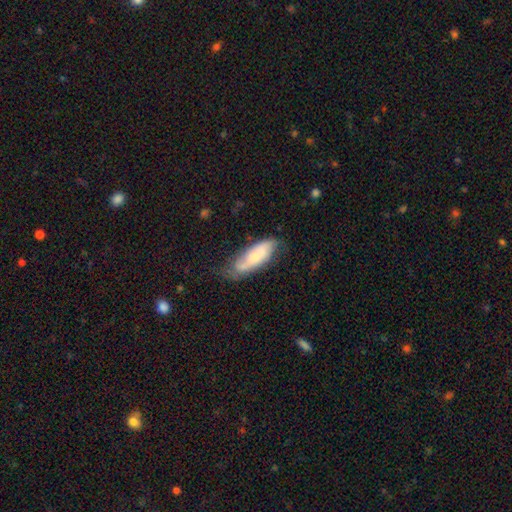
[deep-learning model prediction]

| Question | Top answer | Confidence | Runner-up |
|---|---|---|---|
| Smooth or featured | smooth | 54% | featured or disk (39%) |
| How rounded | in between | 63% | cigar-shaped (35%) |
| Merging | none | 58% | minor disturbance (30%) |